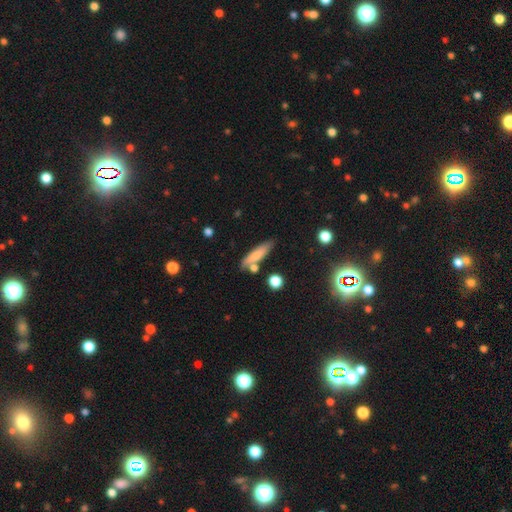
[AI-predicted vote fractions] Smooth or featured?
  - smooth: 72% *
  - featured or disk: 20%
  - star or artifact: 8%
How rounded?
  - cigar-shaped: 74% *
  - in between: 24%
  - round: 3%
Merging?
  - none: 68% *
  - minor disturbance: 16%
  - merger: 13%
  - major disturbance: 4%